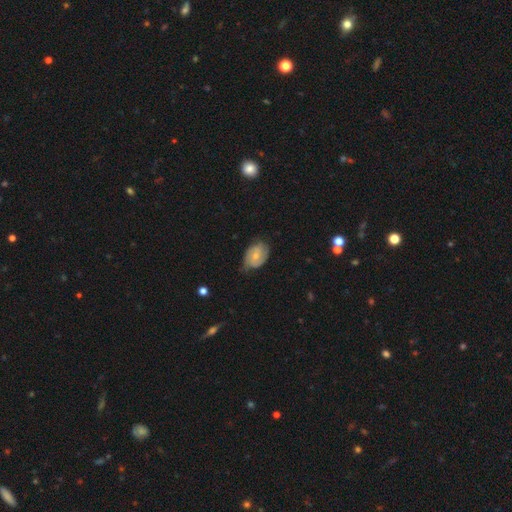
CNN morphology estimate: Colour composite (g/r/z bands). It shows a featured or disk galaxy (53%) with no bar (68%), spiral arms (82%) and a small central bulge (58%). Merging: none (55%).